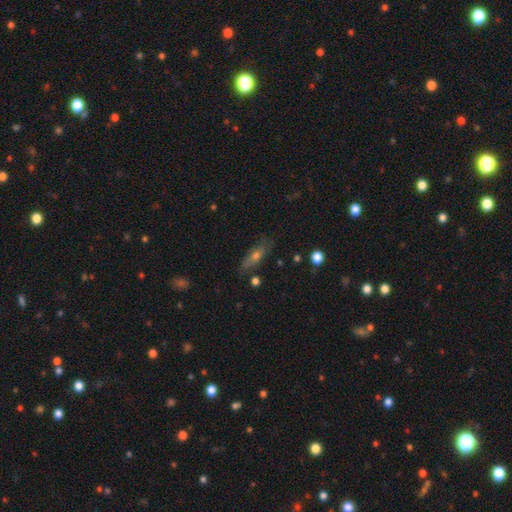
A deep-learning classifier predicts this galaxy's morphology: Smooth or featured?
  - smooth: 47% *
  - featured or disk: 42%
  - star or artifact: 11%
Merging?
  - none: 80% *
  - minor disturbance: 15%
  - major disturbance: 3%
  - merger: 2%